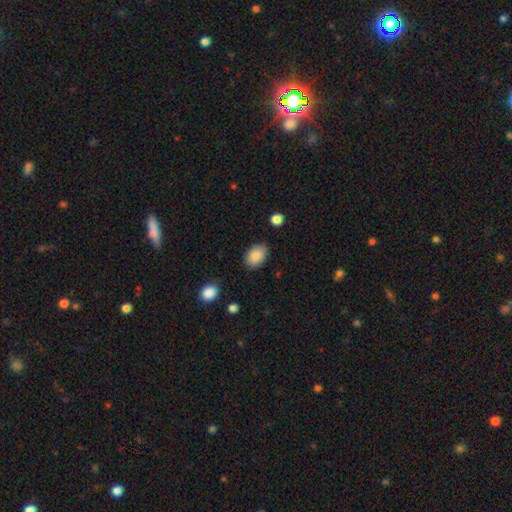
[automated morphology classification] This appears to be a smooth galaxy with no disk features (87%) that is in between round and cigar-shaped (81%). Merging: none (81%).